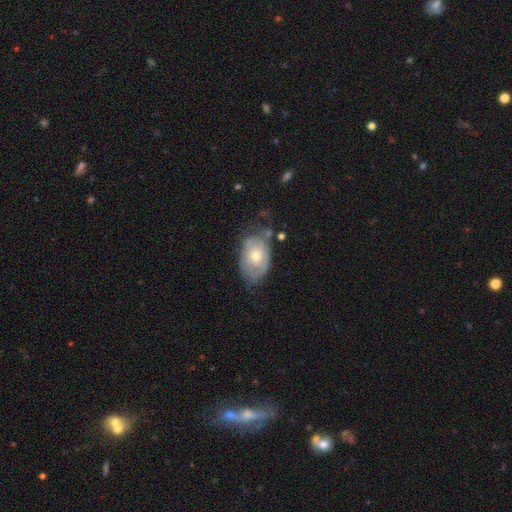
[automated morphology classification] smooth_or_featured: featured or disk (p=0.53) [alt: smooth p=0.41]
disk_edge_on: no (p=0.94) [alt: yes p=0.06]
merging: none (p=0.54) [alt: minor disturbance p=0.31]